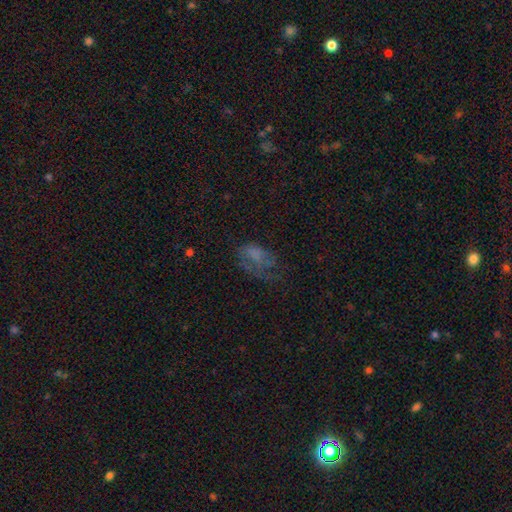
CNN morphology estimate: smooth_or_featured: smooth (p=0.46) [alt: featured or disk p=0.37]
merging: major disturbance (p=0.43) [alt: none p=0.32]